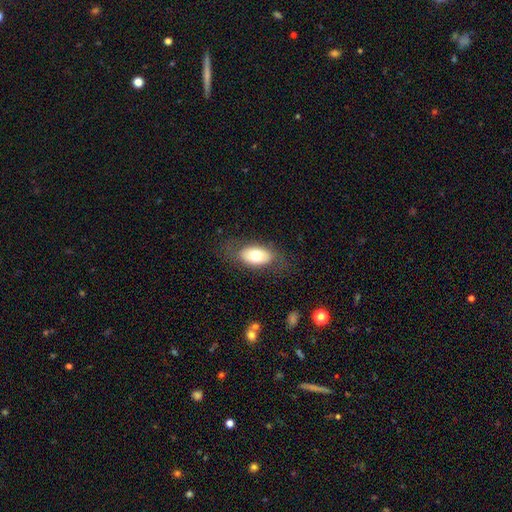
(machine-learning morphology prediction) Q: Smooth or featured?
A: smooth (69%); runner-up: featured or disk (24%)
Q: How rounded?
A: in between (92%); runner-up: round (6%)
Q: Merging?
A: none (76%); runner-up: minor disturbance (15%)